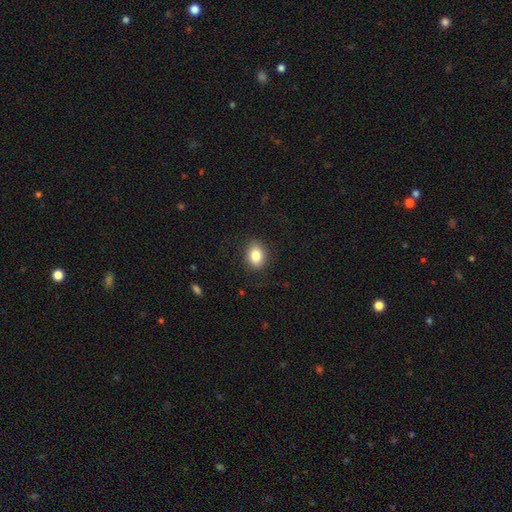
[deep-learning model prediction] Q: Smooth or featured?
A: smooth (84%); runner-up: star or artifact (9%)
Q: How rounded?
A: in between (59%); runner-up: round (40%)
Q: Merging?
A: none (86%); runner-up: minor disturbance (10%)